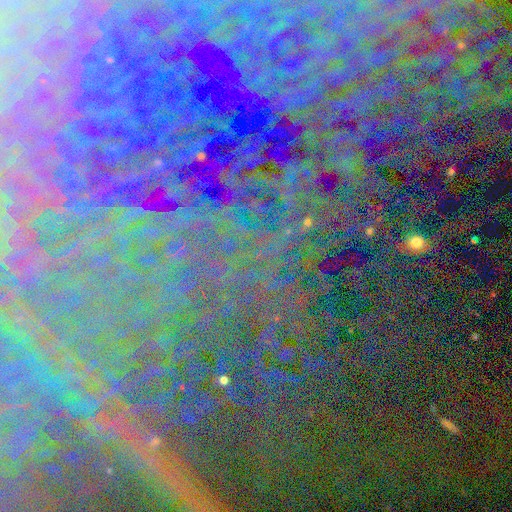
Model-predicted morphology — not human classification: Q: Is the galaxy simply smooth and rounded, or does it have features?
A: star or artifact — 84%.